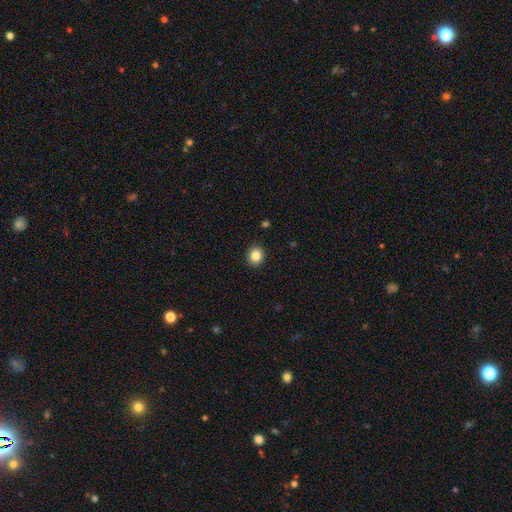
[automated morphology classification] Smooth or featured?
  - smooth: 85% *
  - star or artifact: 10%
  - featured or disk: 5%
How rounded?
  - round: 78% *
  - in between: 21%
  - cigar-shaped: 1%
Merging?
  - none: 92% *
  - minor disturbance: 6%
  - major disturbance: 2%
  - merger: 1%